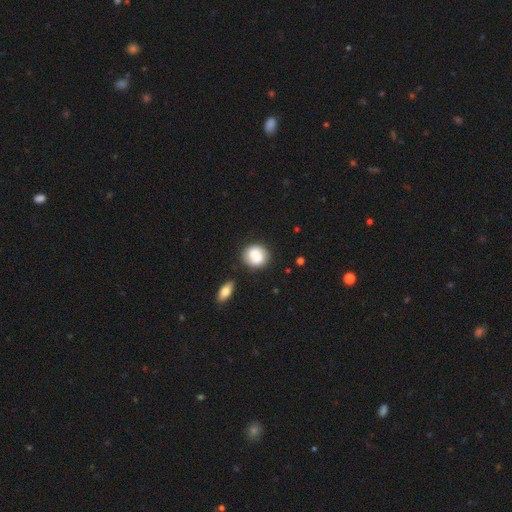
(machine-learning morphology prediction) This appears to be a smooth galaxy with no disk features (74%) that is round (78%). Merging: none (74%).